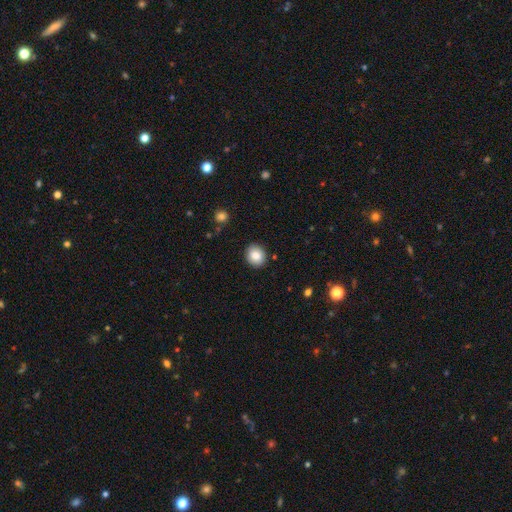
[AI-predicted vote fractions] Overall: smooth (85%). How rounded: round (76%). Merging: none (89%).